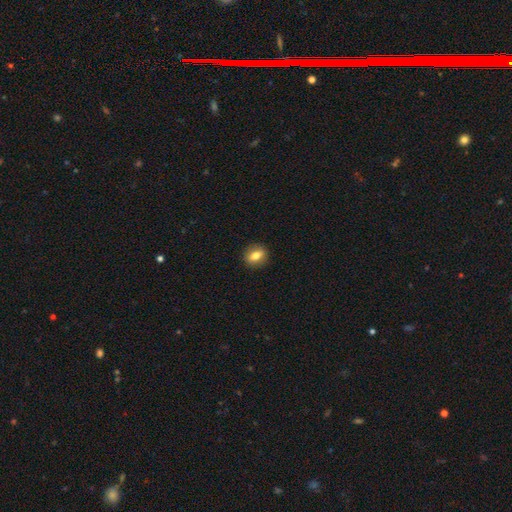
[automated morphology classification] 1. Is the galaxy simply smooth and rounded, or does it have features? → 72% smooth, 20% featured or disk, 9% star or artifact.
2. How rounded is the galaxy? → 50% in between, 47% round, 3% cigar-shaped.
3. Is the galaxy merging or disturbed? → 89% none, 8% minor disturbance, 2% major disturbance, 1% merger.